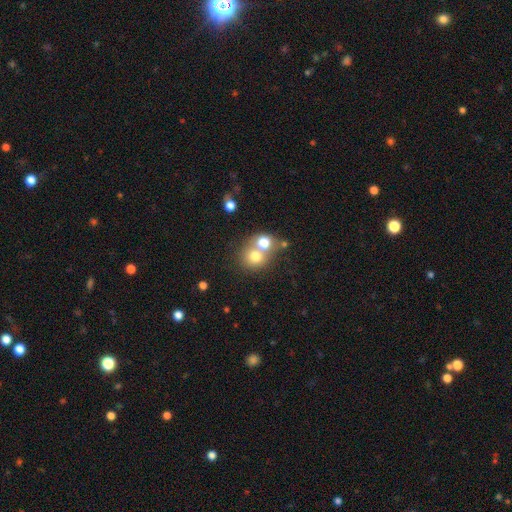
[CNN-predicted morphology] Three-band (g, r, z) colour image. It shows a smooth galaxy with no disk features (72%) that is round (78%). Merging: merger (60%).